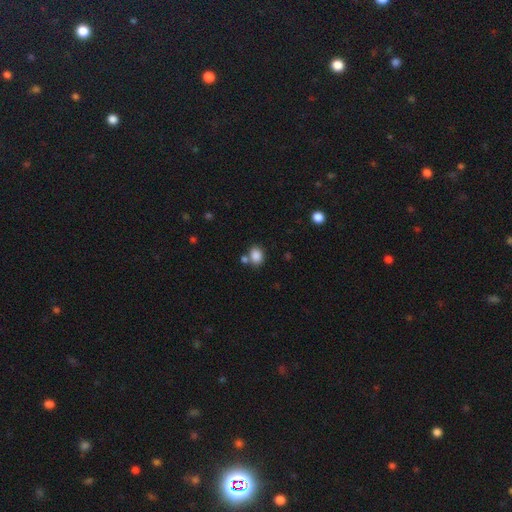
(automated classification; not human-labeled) Smooth or featured?
  - smooth: 85% *
  - star or artifact: 10%
  - featured or disk: 5%
How rounded?
  - in between: 58% *
  - round: 42%
  - cigar-shaped: 1%
Merging?
  - none: 62% *
  - merger: 22%
  - minor disturbance: 12%
  - major disturbance: 4%